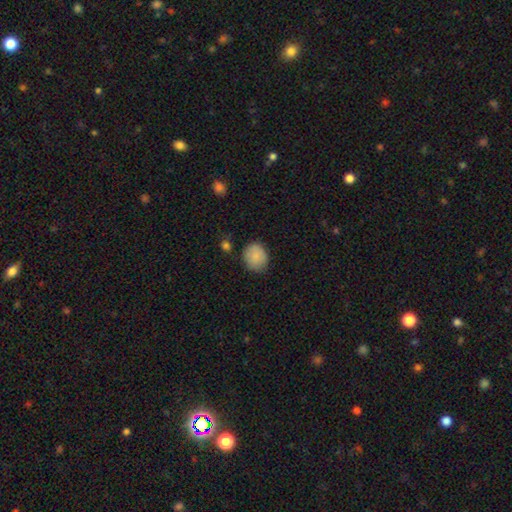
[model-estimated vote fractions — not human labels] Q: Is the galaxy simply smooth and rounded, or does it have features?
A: smooth — 87%.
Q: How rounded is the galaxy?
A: round — 66%.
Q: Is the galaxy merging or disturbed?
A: none — 75%.